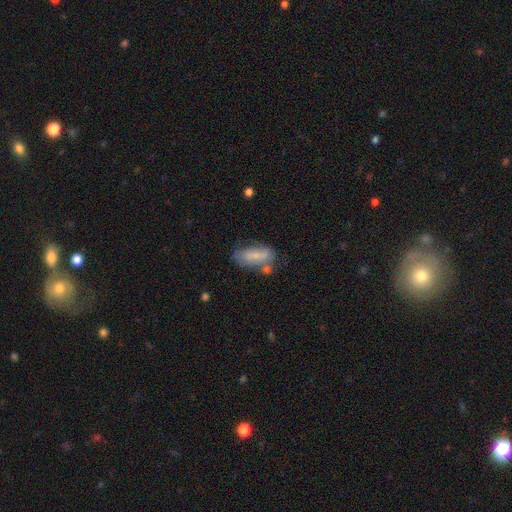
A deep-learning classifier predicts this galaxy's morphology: type=smooth (63%); roundness=in between (80%); merging=none (51%).